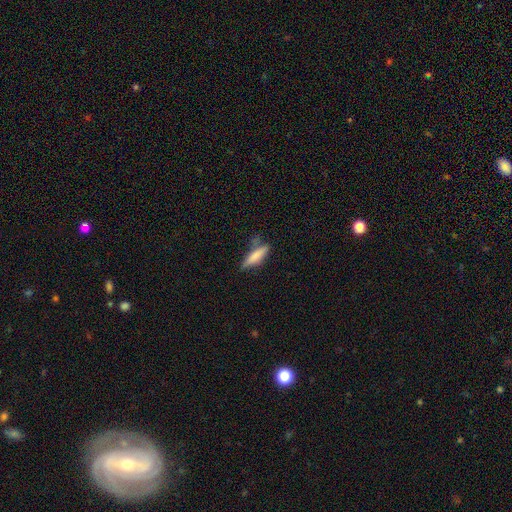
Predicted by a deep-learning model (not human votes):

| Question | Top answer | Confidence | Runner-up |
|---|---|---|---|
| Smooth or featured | smooth | 70% | featured or disk (24%) |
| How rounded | cigar-shaped | 76% | in between (22%) |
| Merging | none | 63% | minor disturbance (24%) |